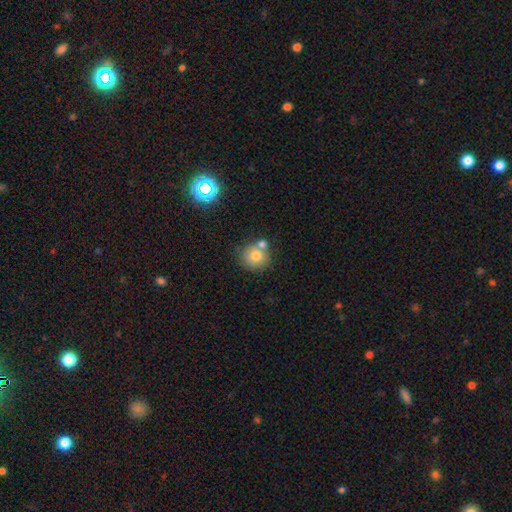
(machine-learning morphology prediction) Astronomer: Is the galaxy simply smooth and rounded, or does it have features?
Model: smooth — 76%.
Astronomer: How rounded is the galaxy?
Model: round — 89%.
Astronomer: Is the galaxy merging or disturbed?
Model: none — 60%.